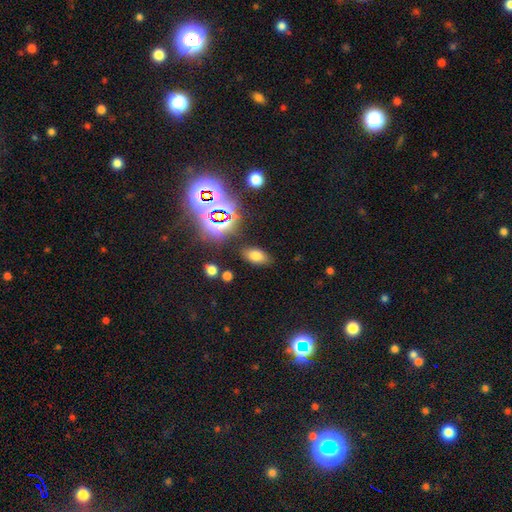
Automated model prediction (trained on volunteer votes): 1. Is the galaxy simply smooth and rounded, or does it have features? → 69% smooth, 23% star or artifact, 8% featured or disk.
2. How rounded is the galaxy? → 89% in between, 9% round, 3% cigar-shaped.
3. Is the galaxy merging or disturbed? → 83% none, 10% minor disturbance, 4% major disturbance, 3% merger.